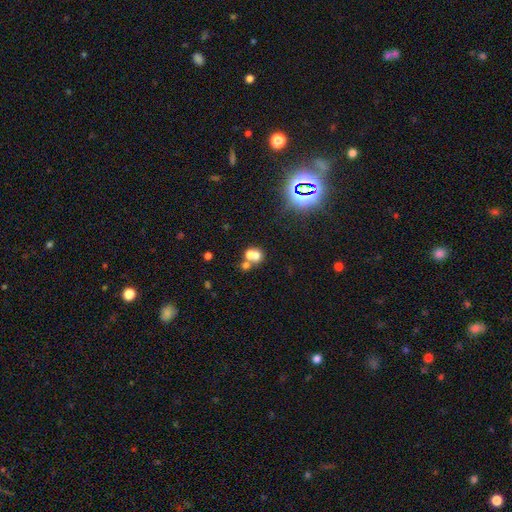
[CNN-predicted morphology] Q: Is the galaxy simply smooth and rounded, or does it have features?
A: smooth — 60%.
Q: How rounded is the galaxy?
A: round — 72%.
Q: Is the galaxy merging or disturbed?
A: merger — 59%.